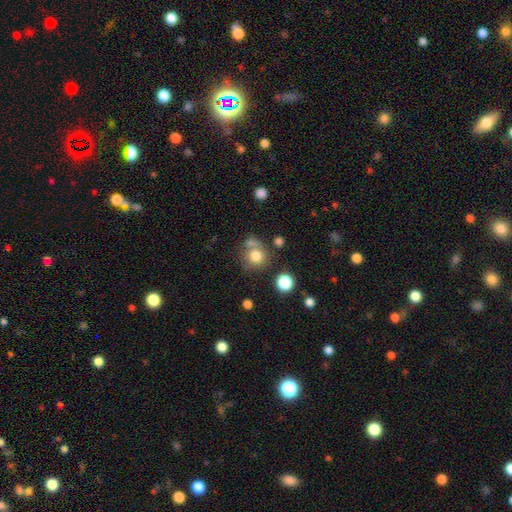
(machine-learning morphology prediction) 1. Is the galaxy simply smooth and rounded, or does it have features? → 77% smooth, 13% star or artifact, 10% featured or disk.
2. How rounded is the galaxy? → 87% round, 12% in between, 1% cigar-shaped.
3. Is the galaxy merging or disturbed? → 60% none, 20% merger, 13% minor disturbance, 6% major disturbance.